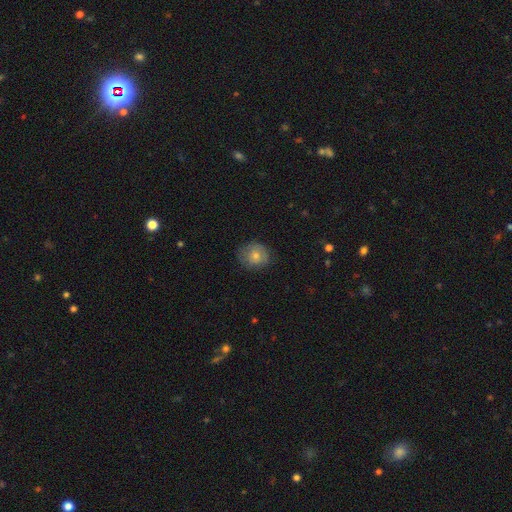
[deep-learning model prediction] The model was most divided on "smooth or featured": smooth: 67%, featured or disk: 24%, star or artifact: 10%. More confident: how rounded — round (76%); merging — none (75%).